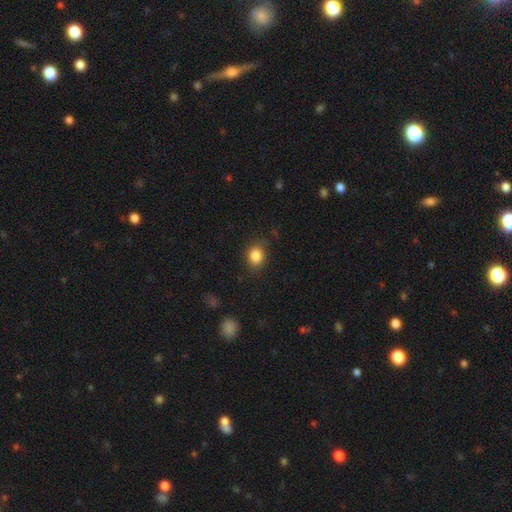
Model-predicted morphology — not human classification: Smooth or featured?
  - smooth: 85% *
  - star or artifact: 10%
  - featured or disk: 5%
How rounded?
  - round: 62% *
  - in between: 37%
  - cigar-shaped: 1%
Merging?
  - none: 81% *
  - minor disturbance: 14%
  - major disturbance: 4%
  - merger: 1%